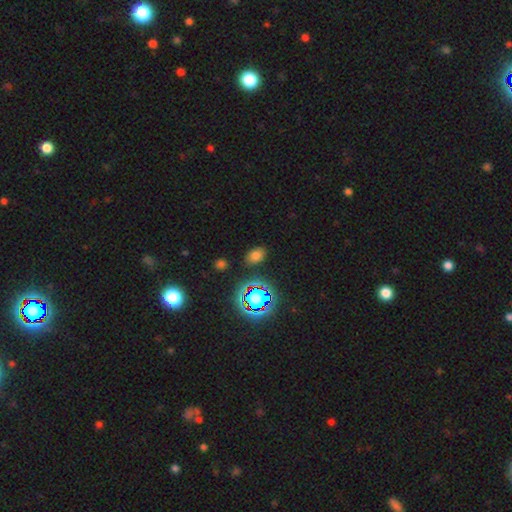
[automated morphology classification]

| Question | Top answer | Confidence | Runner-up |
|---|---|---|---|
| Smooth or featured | smooth | 68% | star or artifact (25%) |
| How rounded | in between | 82% | round (16%) |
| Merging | none | 83% | minor disturbance (11%) |